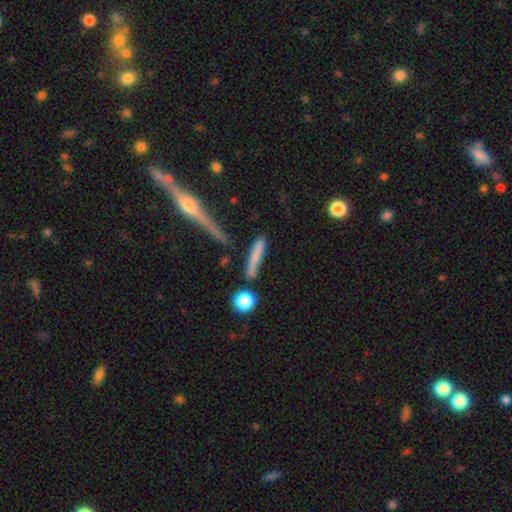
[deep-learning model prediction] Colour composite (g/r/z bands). It shows a smooth galaxy with no disk features (70%) that is cigar-shaped (84%). Merging: none (69%).